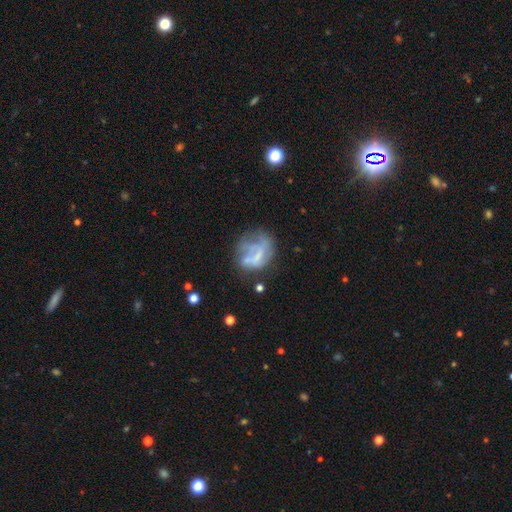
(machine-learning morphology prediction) Smooth or featured? Predicted: featured or disk (p=0.50). Merging? Predicted: none (p=0.37).